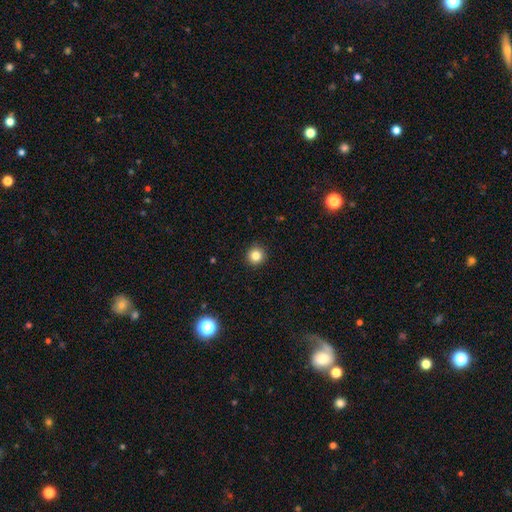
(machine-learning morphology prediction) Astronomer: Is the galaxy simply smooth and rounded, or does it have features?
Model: smooth — 83%.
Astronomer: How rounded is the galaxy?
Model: round — 96%.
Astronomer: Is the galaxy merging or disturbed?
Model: none — 93%.